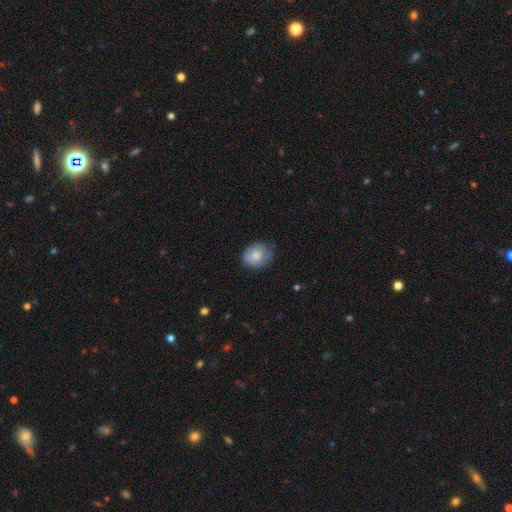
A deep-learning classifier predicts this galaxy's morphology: Q: Smooth or featured?
A: smooth (77%); runner-up: featured or disk (16%)
Q: How rounded?
A: round (52%); runner-up: in between (48%)
Q: Merging?
A: none (66%); runner-up: minor disturbance (27%)